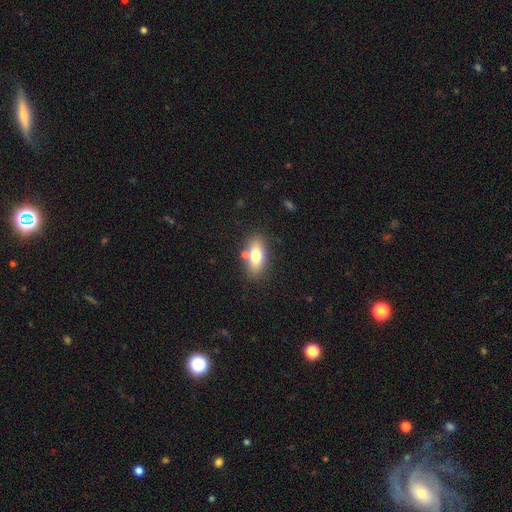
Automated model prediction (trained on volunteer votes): Q: Smooth or featured?
A: smooth (72%); runner-up: featured or disk (20%)
Q: How rounded?
A: in between (83%); runner-up: cigar-shaped (12%)
Q: Merging?
A: none (75%); runner-up: minor disturbance (12%)